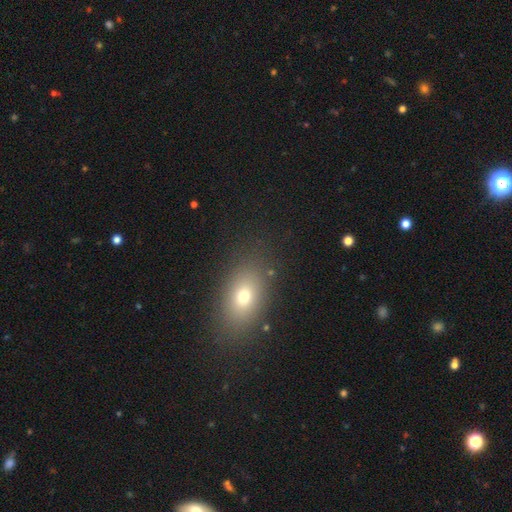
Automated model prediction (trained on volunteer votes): This appears to be a smooth galaxy with no disk features (67%) that is in between round and cigar-shaped (77%). Merging: none (86%).